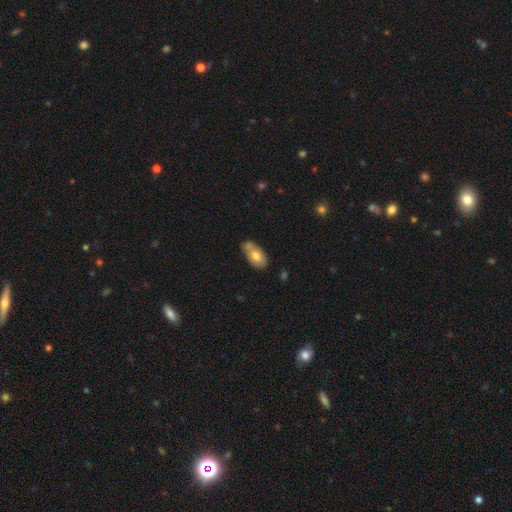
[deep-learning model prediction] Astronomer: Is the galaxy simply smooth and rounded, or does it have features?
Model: smooth — 71%.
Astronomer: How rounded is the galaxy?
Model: in between — 92%.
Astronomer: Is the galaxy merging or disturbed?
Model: none — 49% (runner-up: minor disturbance, 28%).